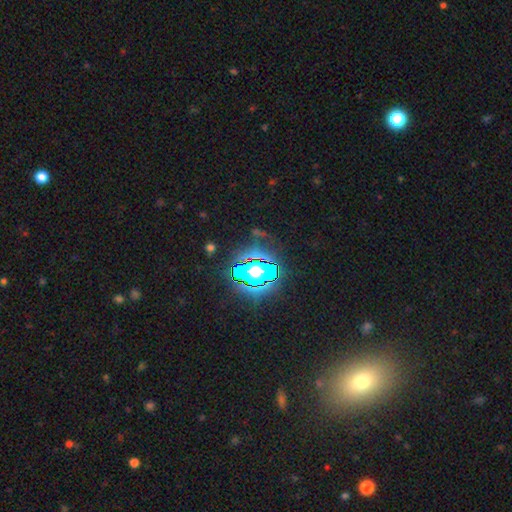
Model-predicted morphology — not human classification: This is likely a star or artifact rather than a galaxy (70%).